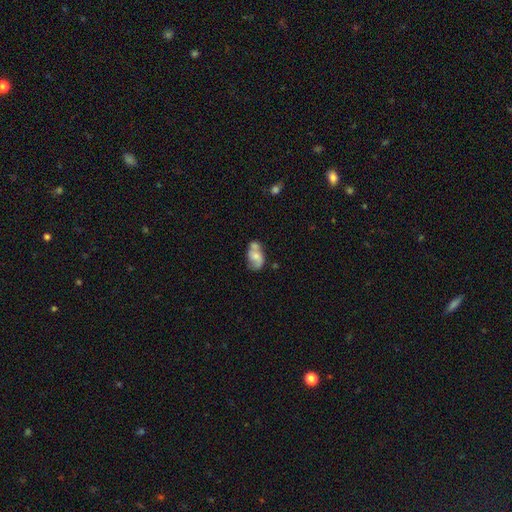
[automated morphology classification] Smooth or featured: featured or disk — 53% (smooth — 38%)
Edge-on disk: no — 97% (yes — 3%)
Bar: no — 66% (weak — 28%)
Spiral arms: yes — 76% (no — 24%)
Bulge size: moderate — 37% (small — 34%)
Merging: merger — 37% (none — 33%)